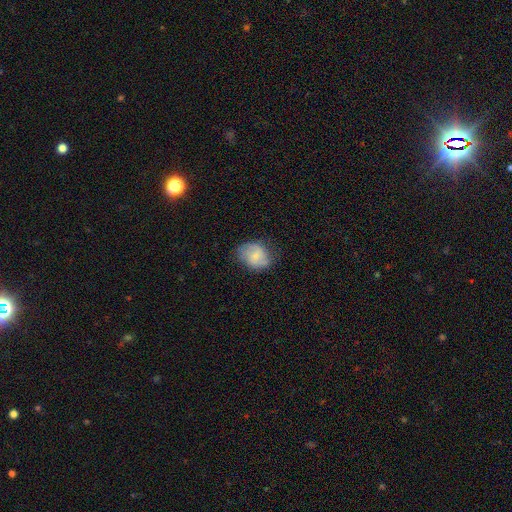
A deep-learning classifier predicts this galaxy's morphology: This appears to be a smooth galaxy with no disk features (52%) that is in between round and cigar-shaped (58%). Merging: none (68%).